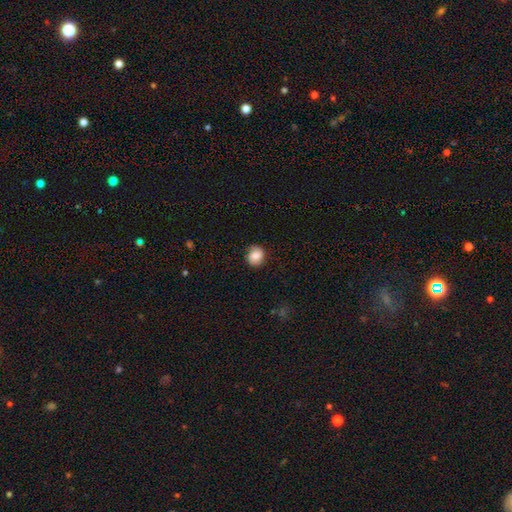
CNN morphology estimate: Smooth or featured? smooth (74%)
How rounded? round (77%)
Merging? none (81%)